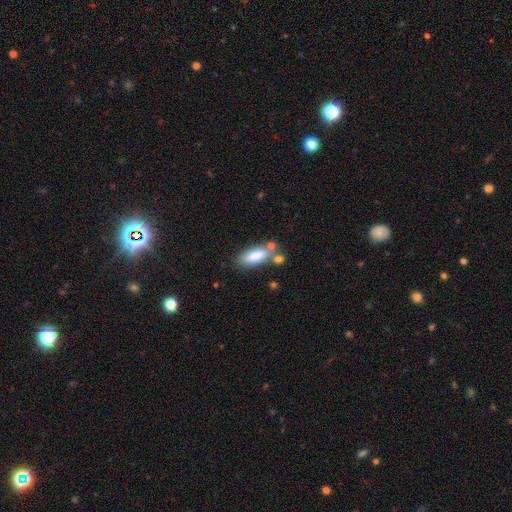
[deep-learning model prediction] The model was most divided on "how rounded": in between: 71%, cigar-shaped: 27%, round: 2%. More confident: smooth or featured — smooth (82%); merging — none (62%).